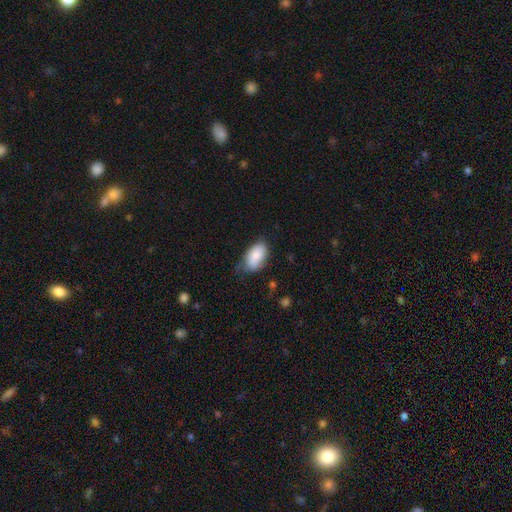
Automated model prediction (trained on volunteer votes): smooth 84%, featured or disk 10%, star or artifact 7%. Down the decision tree: how rounded — in between (93%); merging — none (58%).